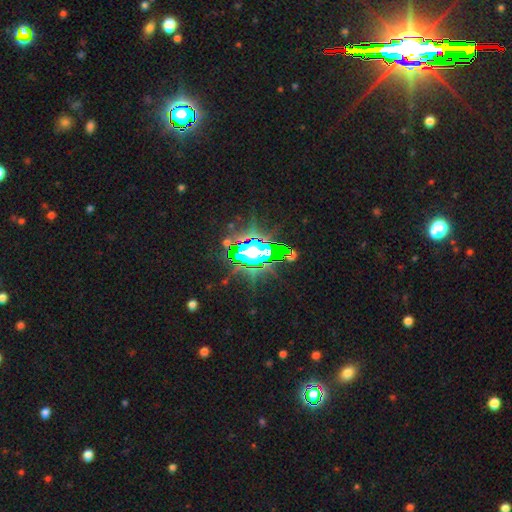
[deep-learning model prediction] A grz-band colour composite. It shows a star or artifact, not a galaxy (69%).